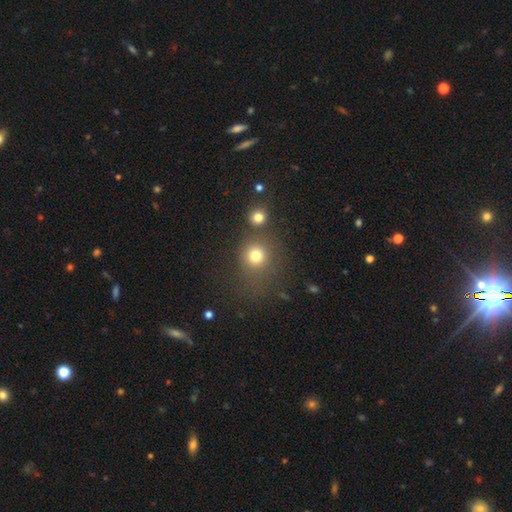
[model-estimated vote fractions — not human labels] Q: Smooth or featured?
A: smooth (77%); runner-up: star or artifact (15%)
Q: How rounded?
A: round (87%); runner-up: in between (12%)
Q: Merging?
A: none (66%); runner-up: merger (16%)